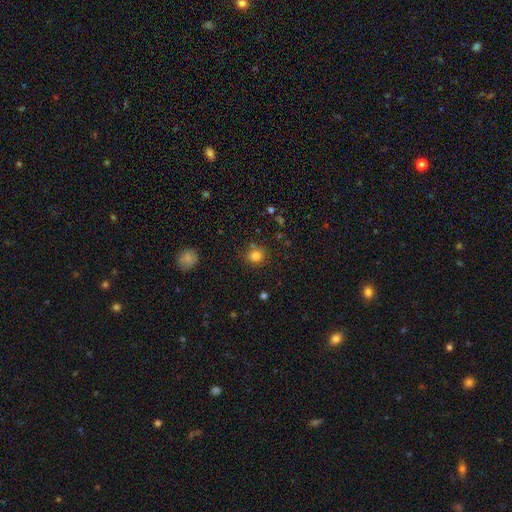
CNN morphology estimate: Smooth or featured: smooth — 81% (star or artifact — 13%)
How rounded: round — 85% (in between — 14%)
Merging: none — 76% (minor disturbance — 11%)